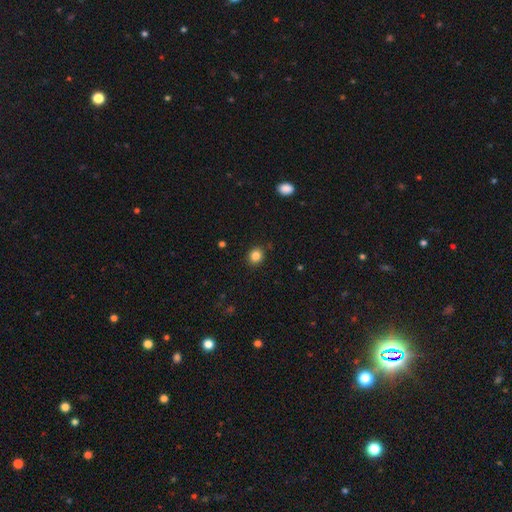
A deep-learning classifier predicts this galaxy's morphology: smooth-or-featured: smooth: 84% | star or artifact: 11% | featured or disk: 5%
  how-rounded: round: 77% | in between: 22% | cigar-shaped: 1%
  merging: none: 89% | minor disturbance: 8% | major disturbance: 2% | merger: 1%